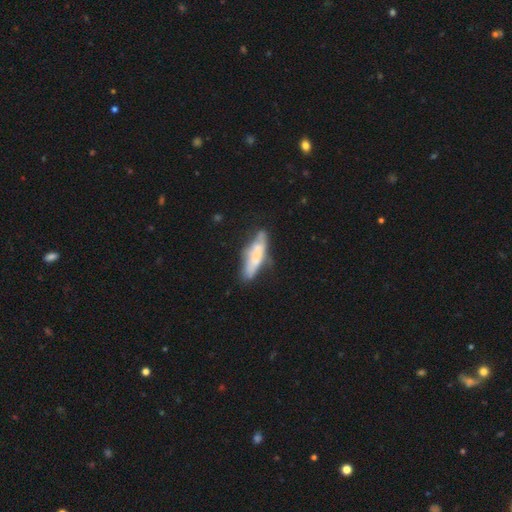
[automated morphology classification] Smooth or featured?
  - smooth: 52% *
  - featured or disk: 41%
  - star or artifact: 7%
How rounded?
  - cigar-shaped: 63% *
  - in between: 36%
  - round: 2%
Merging?
  - none: 62% *
  - minor disturbance: 25%
  - major disturbance: 9%
  - merger: 5%